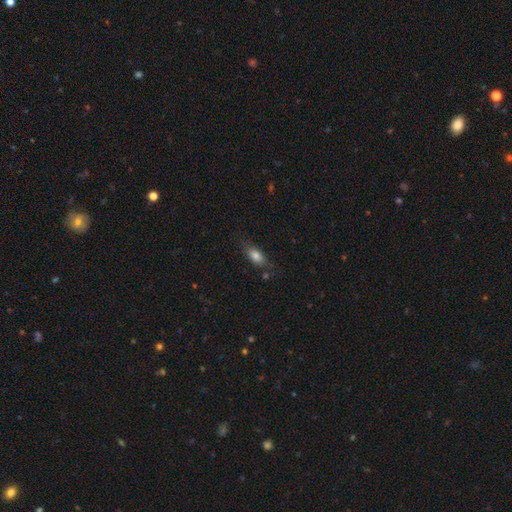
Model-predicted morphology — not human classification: A smooth galaxy with no disk features (80%) that is in between round and cigar-shaped (83%). Merging: none (68%).